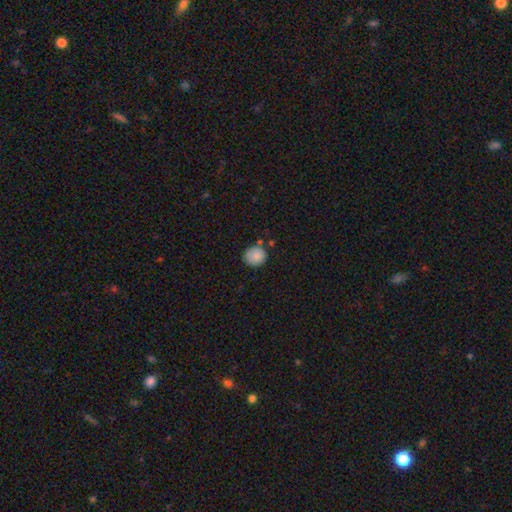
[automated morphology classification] This appears to be a smooth galaxy with no disk features (87%) that is round (84%). Merging: none (75%).